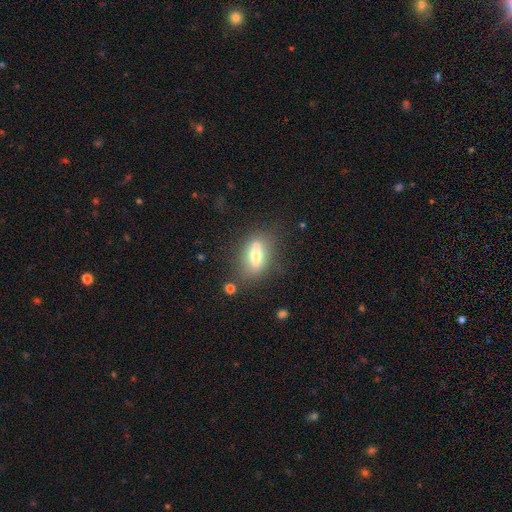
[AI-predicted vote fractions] Smooth or featured? smooth (59%)
How rounded? in between (75%)
Merging? none (62%)